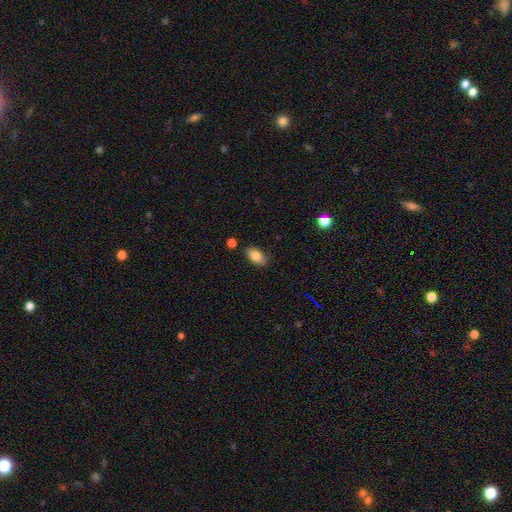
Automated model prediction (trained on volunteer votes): Morphology: type=smooth (85%); roundness=in between (92%); merging=none (83%).